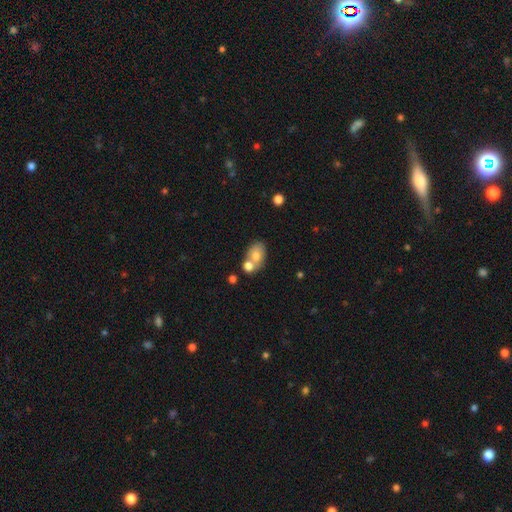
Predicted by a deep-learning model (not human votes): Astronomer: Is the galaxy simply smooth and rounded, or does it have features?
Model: smooth — 74%.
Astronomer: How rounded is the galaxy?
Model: in between — 77%.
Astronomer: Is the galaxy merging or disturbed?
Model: merger — 43% (runner-up: none, 42%).